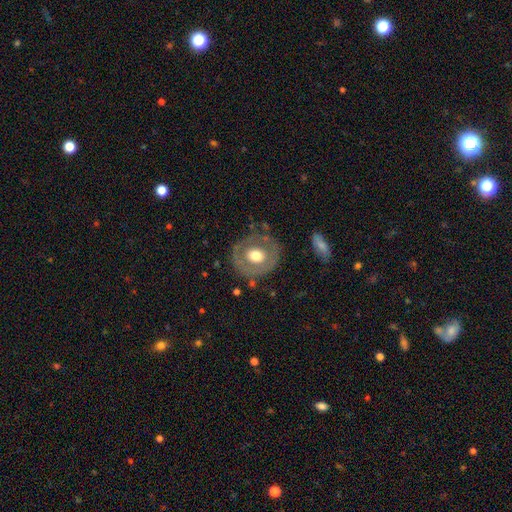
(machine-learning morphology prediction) Smooth or featured? Predicted: featured or disk (p=0.47). Merging? Predicted: none (p=0.75).